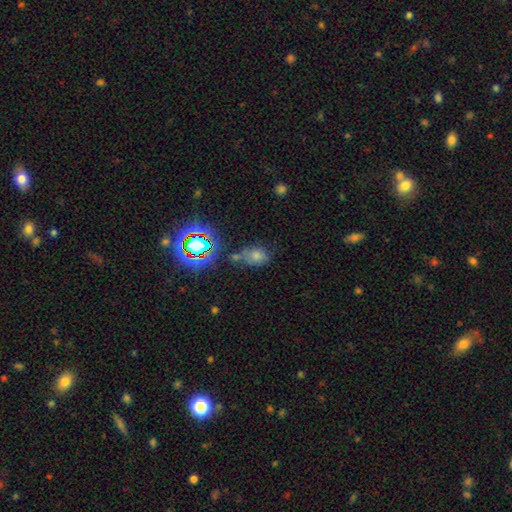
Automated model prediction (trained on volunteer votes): This appears to be a smooth galaxy with no disk features (64%) that is in between round and cigar-shaped (66%). Merging: none (50%).